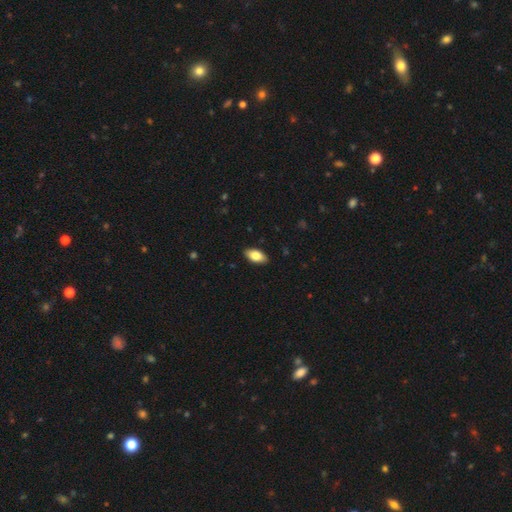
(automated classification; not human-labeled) This appears to be a smooth galaxy with no disk features (81%) that is in between round and cigar-shaped (92%). Merging: none (89%).